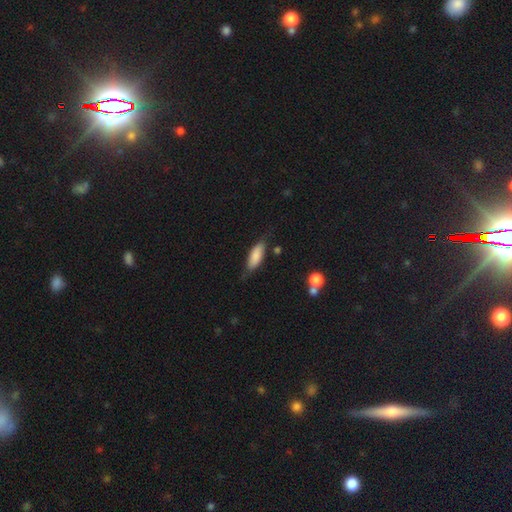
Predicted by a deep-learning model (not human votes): Overall: smooth (81%). How rounded: in between (67%; cigar-shaped 31%). Merging: none (68%).